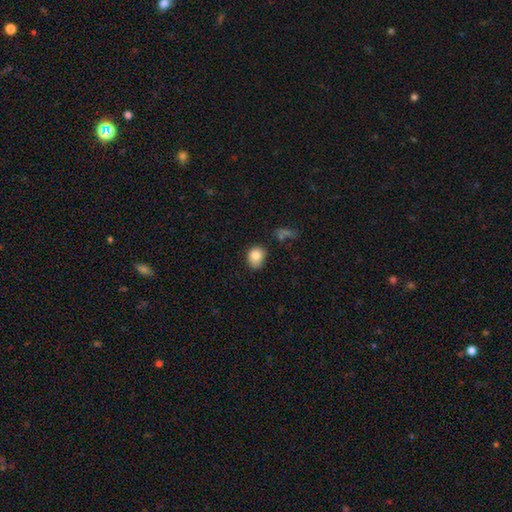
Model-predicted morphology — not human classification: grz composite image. It shows a smooth galaxy with no disk features (84%) that is round (50%). Merging: none (60%).